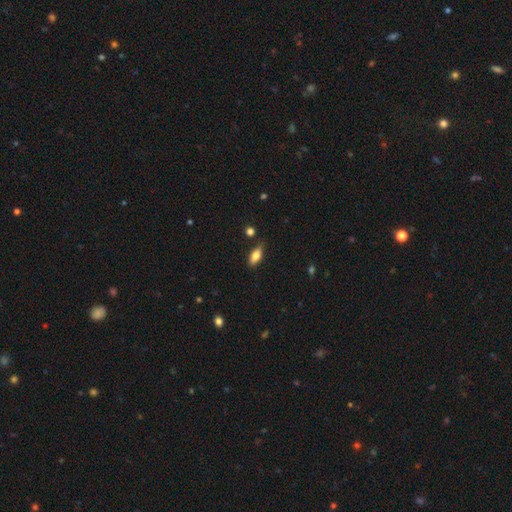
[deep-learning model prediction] A smooth galaxy with no disk features (75%) that is in between round and cigar-shaped (80%). Merging: none (74%).